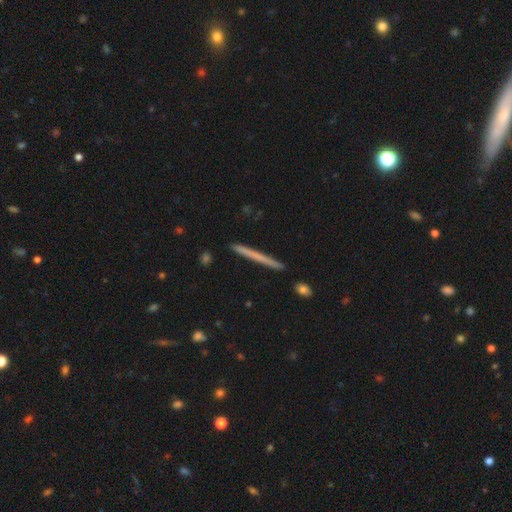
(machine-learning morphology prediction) Overall: smooth (55%; featured or disk 39%). How rounded: cigar-shaped (97%). Merging: none (92%).